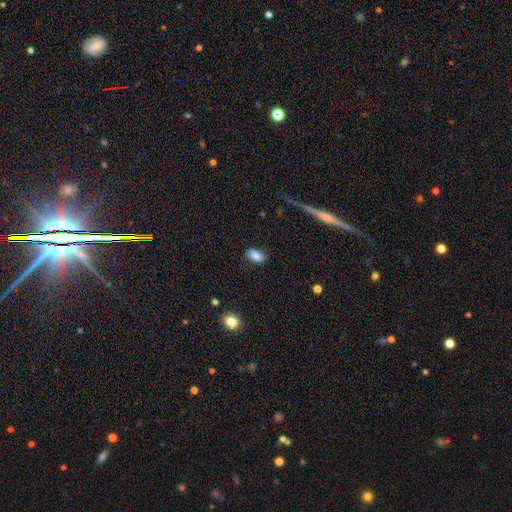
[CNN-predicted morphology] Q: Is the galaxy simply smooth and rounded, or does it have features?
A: smooth — 83%.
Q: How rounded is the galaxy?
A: in between — 89%.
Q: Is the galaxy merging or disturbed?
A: none — 81%.